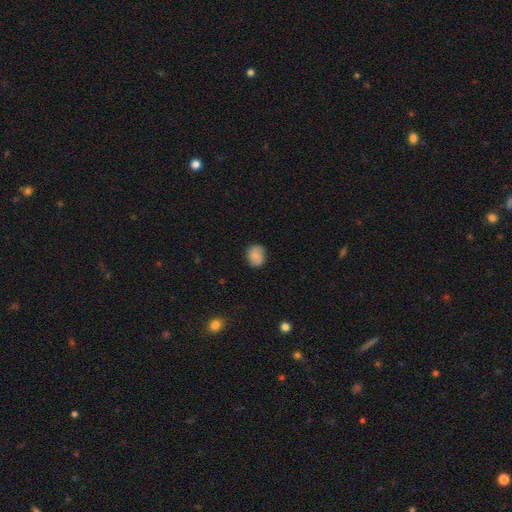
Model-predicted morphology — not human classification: Overall: smooth (82%). How rounded: round (63%; in between 36%). Merging: none (83%).